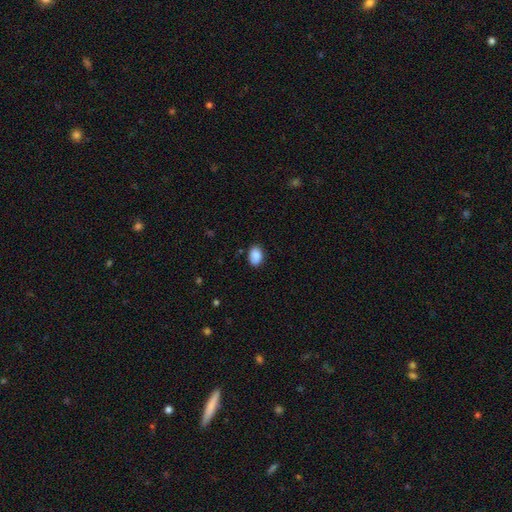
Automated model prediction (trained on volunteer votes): Smooth or featured? Predicted: smooth (p=0.88). How rounded? Predicted: in between (p=0.84). Merging? Predicted: none (p=0.82).